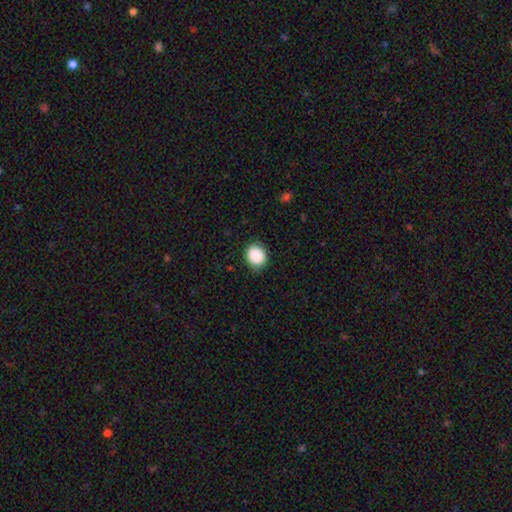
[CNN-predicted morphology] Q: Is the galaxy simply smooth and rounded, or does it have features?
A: smooth — 88%.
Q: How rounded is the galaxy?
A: round — 63%.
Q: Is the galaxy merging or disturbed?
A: none — 86%.